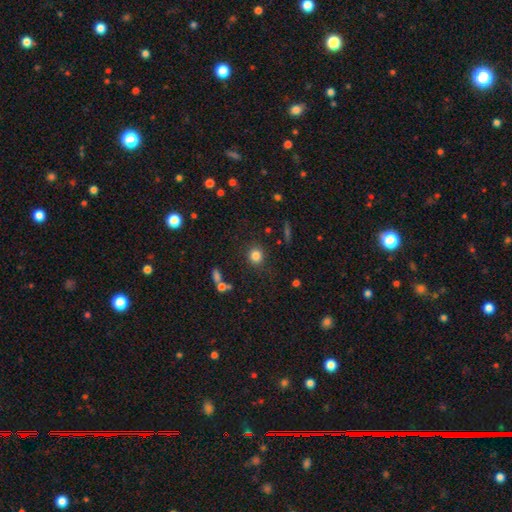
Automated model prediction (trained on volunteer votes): Q: Smooth or featured?
A: smooth (82%); runner-up: star or artifact (12%)
Q: How rounded?
A: round (85%); runner-up: in between (13%)
Q: Merging?
A: none (85%); runner-up: minor disturbance (9%)